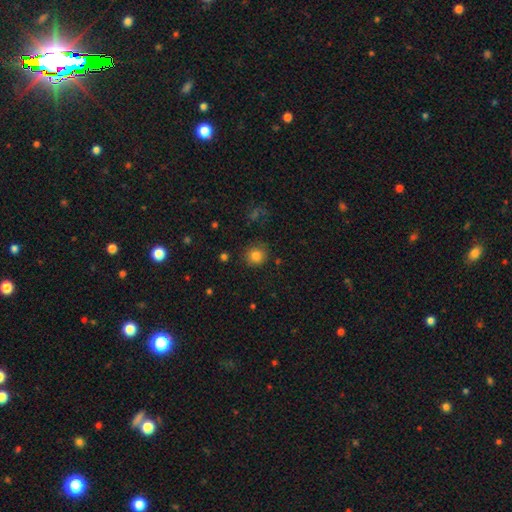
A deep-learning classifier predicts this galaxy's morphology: smooth-or-featured: smooth: 82% | star or artifact: 12% | featured or disk: 6%
  how-rounded: round: 90% | in between: 9% | cigar-shaped: 1%
  merging: none: 84% | minor disturbance: 11% | major disturbance: 3% | merger: 2%